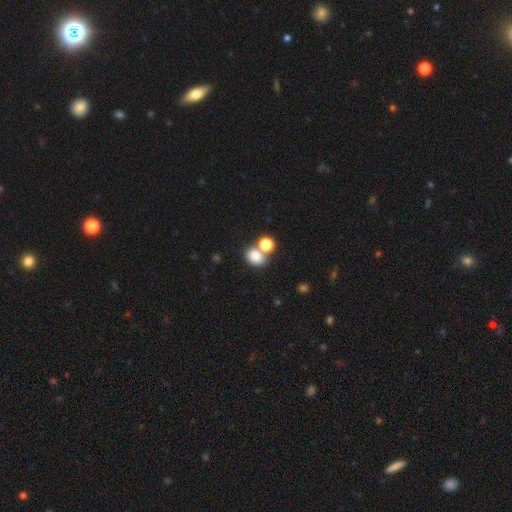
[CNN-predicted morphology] A smooth galaxy with no disk features (79%) that is in between round and cigar-shaped (52%).

Vote fractions:
- Smooth or featured? smooth: 79% / star or artifact: 13% / featured or disk: 8%
- How rounded? in between: 52% / round: 47% / cigar-shaped: 1%
- Merging? none: 48% / merger: 39% / minor disturbance: 9% / major disturbance: 4%